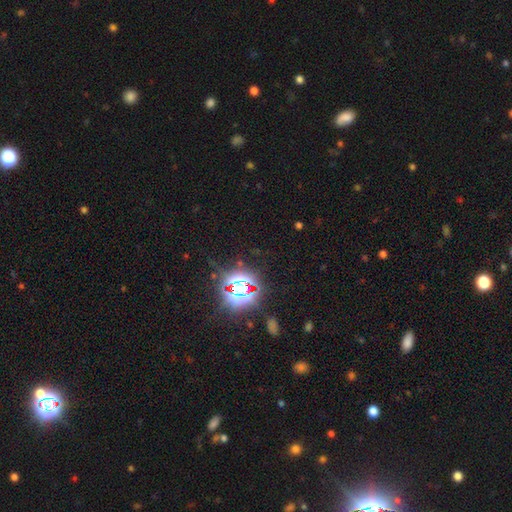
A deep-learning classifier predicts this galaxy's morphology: This appears to be a star or artifact, not a galaxy (83%).